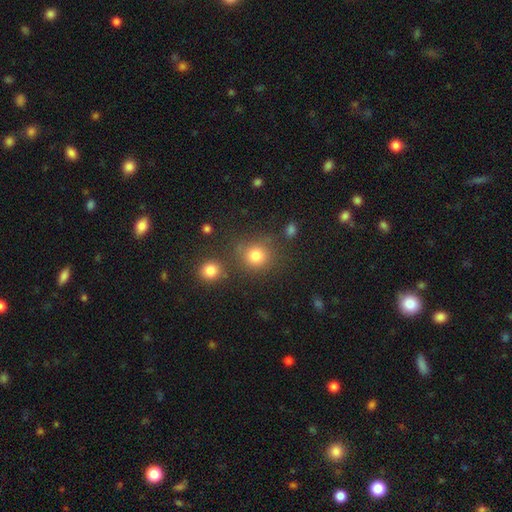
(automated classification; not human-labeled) This is likely a smooth galaxy (80%). How rounded: clearly round (88%). Merging: likely none (73%).